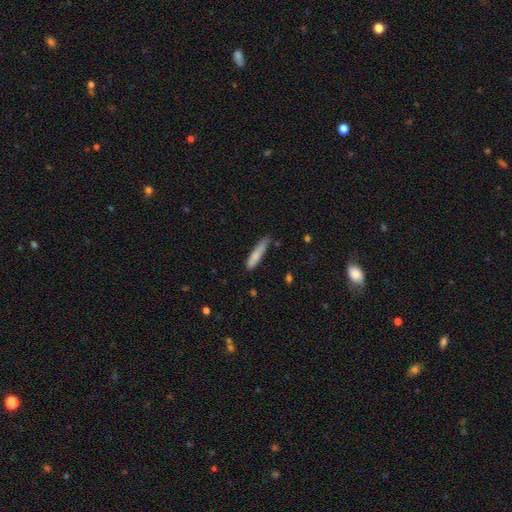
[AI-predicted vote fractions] This is likely a smooth galaxy (79%). How rounded: clearly cigar-shaped (88%). Merging: likely none (67%).